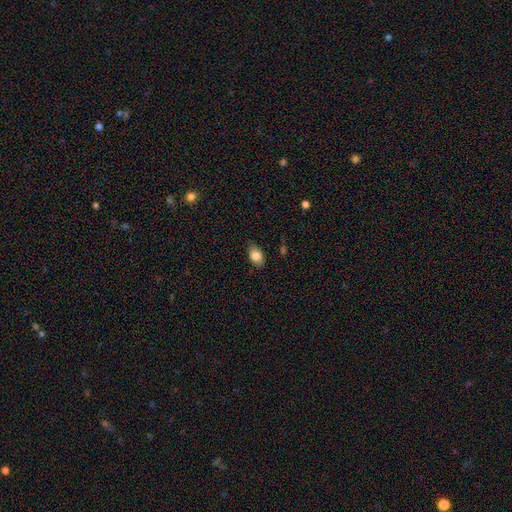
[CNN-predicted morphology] type=smooth (83%); roundness=in between (89%); merging=none (81%).